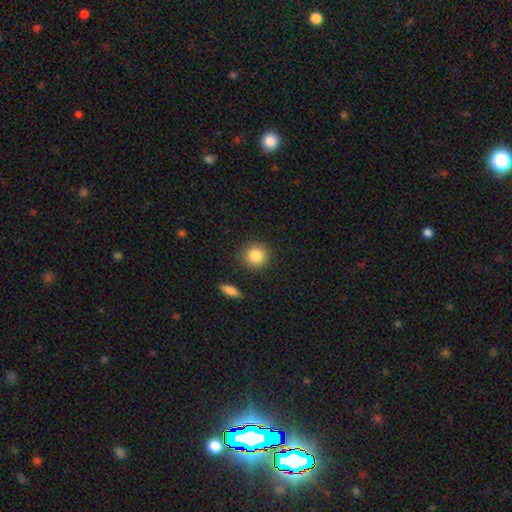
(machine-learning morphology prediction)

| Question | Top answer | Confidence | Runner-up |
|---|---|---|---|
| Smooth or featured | smooth | 85% | star or artifact (8%) |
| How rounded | round | 90% | in between (9%) |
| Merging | none | 88% | minor disturbance (7%) |